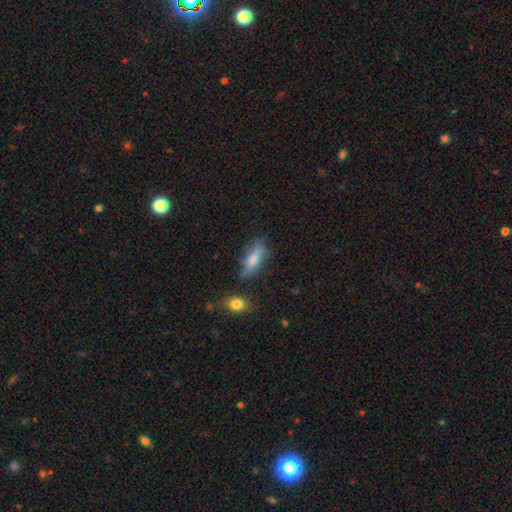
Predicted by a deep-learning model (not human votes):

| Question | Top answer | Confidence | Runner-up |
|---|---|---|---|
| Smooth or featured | smooth | 63% | featured or disk (28%) |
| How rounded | cigar-shaped | 51% | in between (46%) |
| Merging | none | 76% | minor disturbance (17%) |